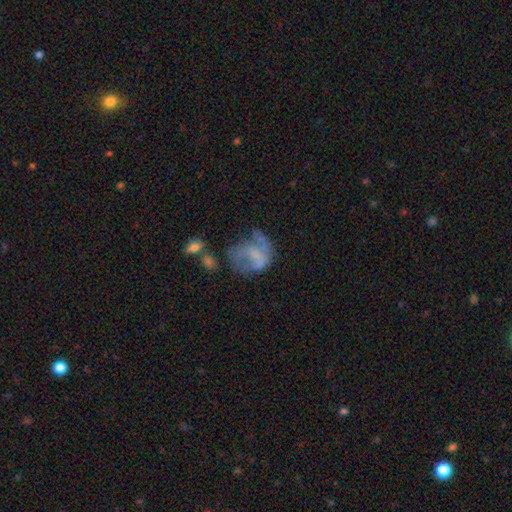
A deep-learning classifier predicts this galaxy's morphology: The model was most divided on "merging": major disturbance: 36%, none: 33%, minor disturbance: 23%, merger: 8%. Remaining: smooth or featured — featured or disk (49%).